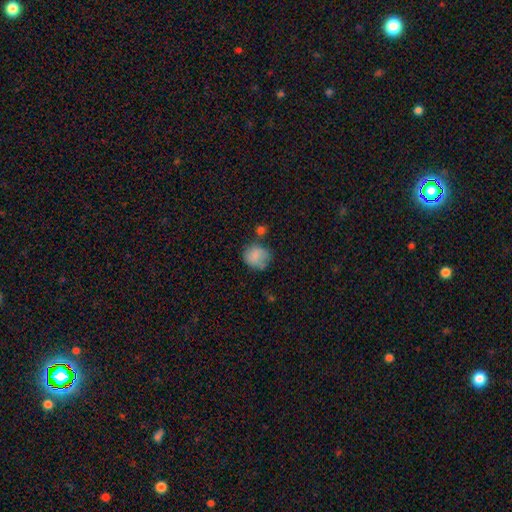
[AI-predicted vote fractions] This appears to be a smooth galaxy with no disk features (80%) that is round (72%). Merging: none (55%).